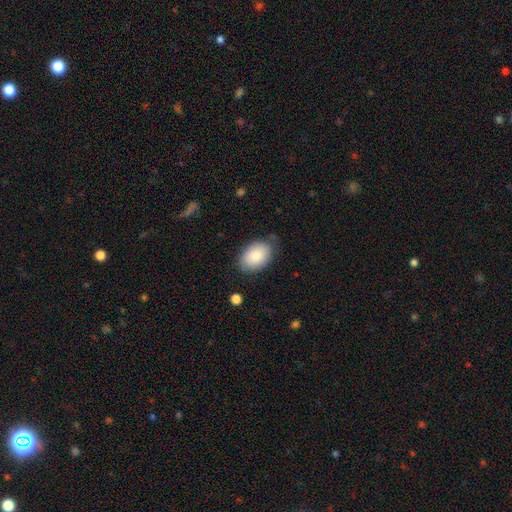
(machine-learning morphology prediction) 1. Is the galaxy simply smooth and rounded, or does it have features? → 85% smooth, 9% featured or disk, 6% star or artifact.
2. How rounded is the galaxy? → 87% in between, 12% round, 1% cigar-shaped.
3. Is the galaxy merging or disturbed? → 75% none, 19% minor disturbance, 4% major disturbance, 2% merger.